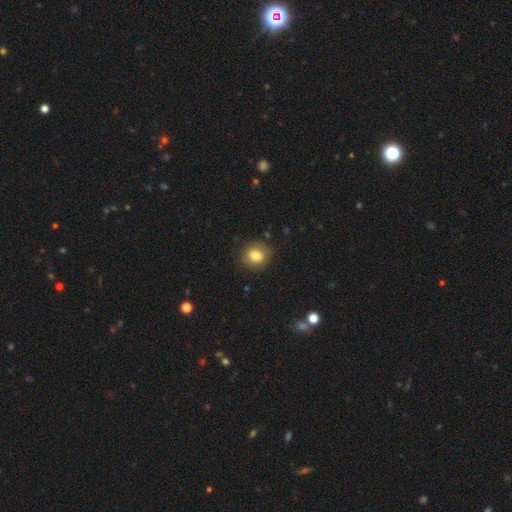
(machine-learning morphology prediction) Overall: smooth (80%). How rounded: round (76%). Merging: none (85%).